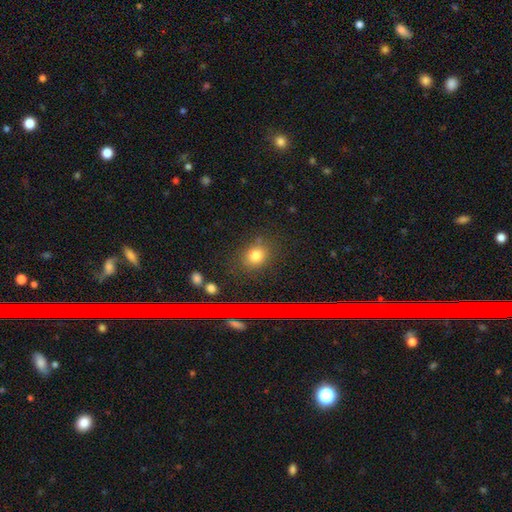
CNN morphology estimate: smooth 77%, star or artifact 15%, featured or disk 7%. Down the decision tree: how rounded — round (67%); merging — none (84%).